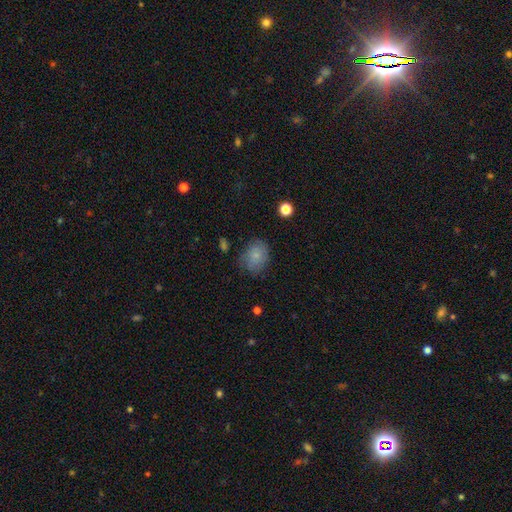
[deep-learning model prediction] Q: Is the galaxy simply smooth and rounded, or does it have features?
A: smooth — 77%.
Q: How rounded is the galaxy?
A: in between — 55%.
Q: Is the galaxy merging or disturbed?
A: none — 64%.